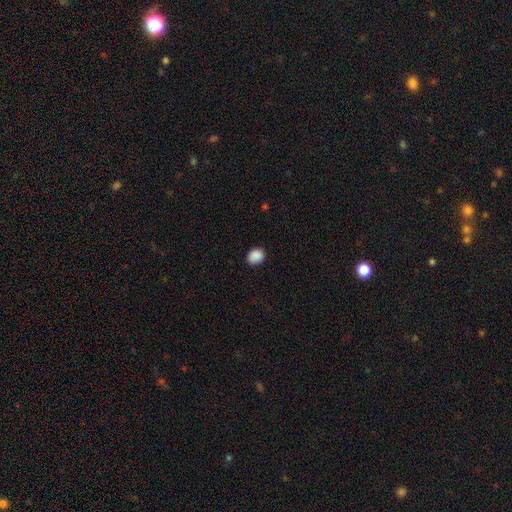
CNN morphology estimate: Smooth or featured? smooth (89%)
How rounded? round (66%)
Merging? none (86%)